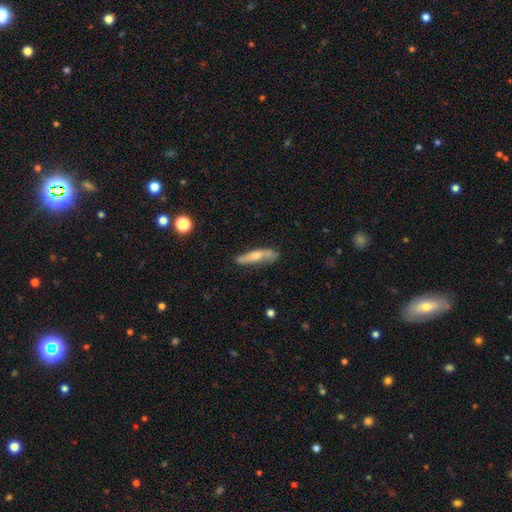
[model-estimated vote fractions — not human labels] This is possibly a featured or disk galaxy (51%). It is likely viewed edge-on (73%). Merging: likely none (78%).